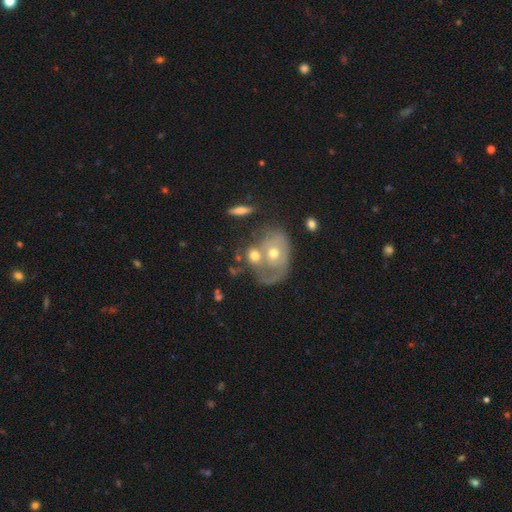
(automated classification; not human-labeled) This appears to be a featured or disk galaxy (57%) with no bar (87%), no spiral arms (60%) and a moderate central bulge (61%). Merging: merger (42%).